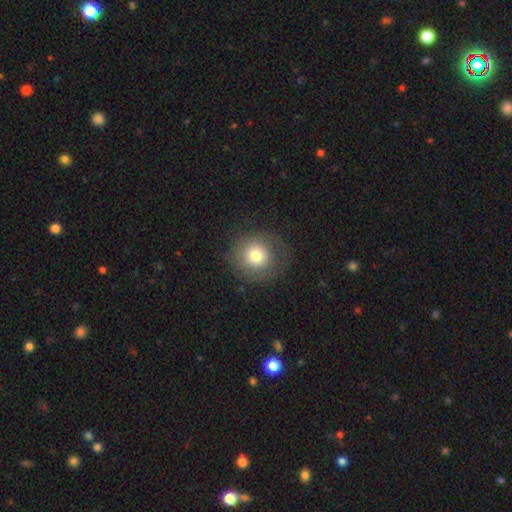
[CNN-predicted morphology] Smooth or featured?
  - smooth: 73% *
  - featured or disk: 16%
  - star or artifact: 11%
How rounded?
  - round: 91% *
  - in between: 8%
  - cigar-shaped: 1%
Merging?
  - none: 77% *
  - minor disturbance: 13%
  - major disturbance: 8%
  - merger: 1%